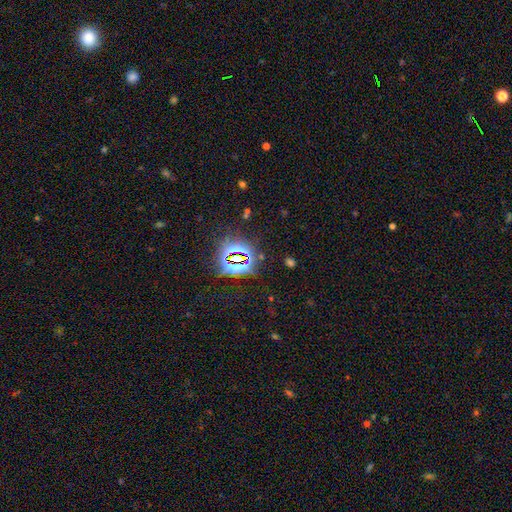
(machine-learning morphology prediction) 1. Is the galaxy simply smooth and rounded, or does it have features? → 80% star or artifact, 12% smooth, 8% featured or disk.